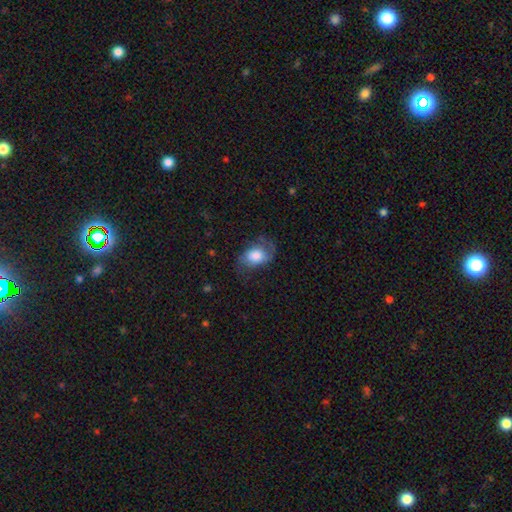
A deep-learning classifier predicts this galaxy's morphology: Smooth or featured?
  - smooth: 59% *
  - featured or disk: 33%
  - star or artifact: 8%
How rounded?
  - in between: 77% *
  - round: 22%
  - cigar-shaped: 1%
Merging?
  - none: 53% *
  - minor disturbance: 27%
  - major disturbance: 19%
  - merger: 2%